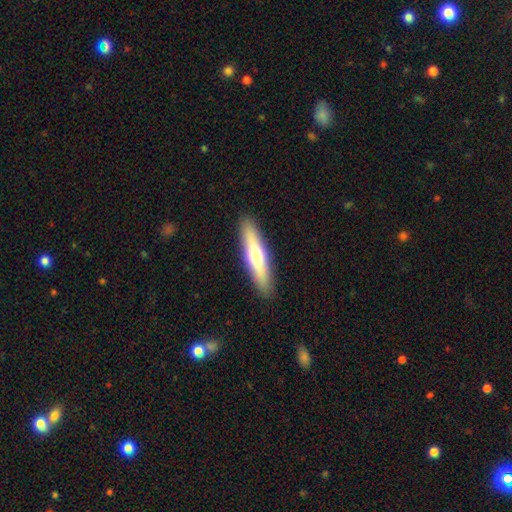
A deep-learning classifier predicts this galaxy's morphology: Smooth or featured? smooth (56%)
How rounded? cigar-shaped (74%)
Merging? none (90%)